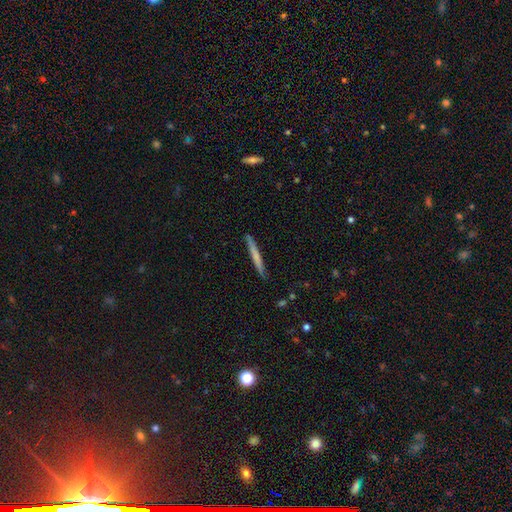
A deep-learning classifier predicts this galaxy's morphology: This appears to be a smooth galaxy with no disk features (61%) that is cigar-shaped (97%). Merging: none (90%).